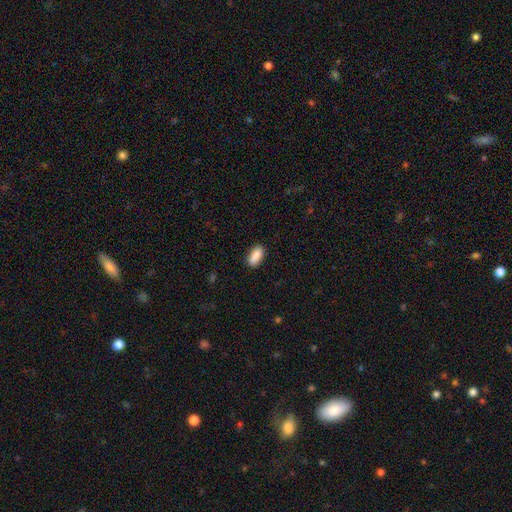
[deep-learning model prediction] Smooth or featured? Predicted: smooth (p=0.88). How rounded? Predicted: in between (p=0.80). Merging? Predicted: none (p=0.86).